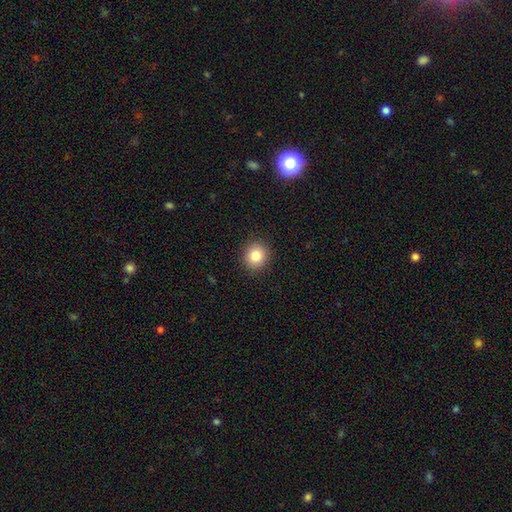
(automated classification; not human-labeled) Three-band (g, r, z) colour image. It shows a smooth galaxy with no disk features (84%) that is round (83%). Merging: none (91%).